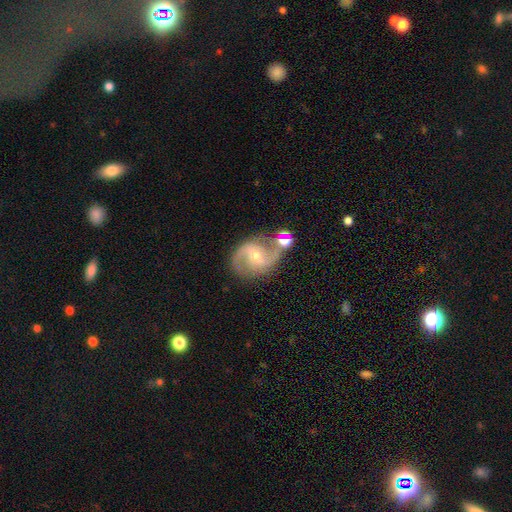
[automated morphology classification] A featured or disk galaxy (88%) with a weak bar (43%), 2 (93%) medium (52%) spiral arms (97%) and a small central bulge (55%).

Vote fractions:
- Smooth or featured? featured or disk: 88% / star or artifact: 6% / smooth: 6%
- Edge-on disk? no: 98% / yes: 2%
- Bar? weak: 43% / no: 33% / strong: 24%
- Spiral arms? yes: 97% / no: 3%
- Spiral winding? medium: 52% / loose: 35% / tight: 14%
- Spiral arm count? 2: 93% / can't tell: 2% / 3: 2% / 1: 1% / 4: 1% / more than 4: 1%
- Bulge size? small: 55% / moderate: 42% / large: 1% / none: 1% / dominant: 1%
- Merging? none: 69% / minor disturbance: 15% / merger: 10% / major disturbance: 6%